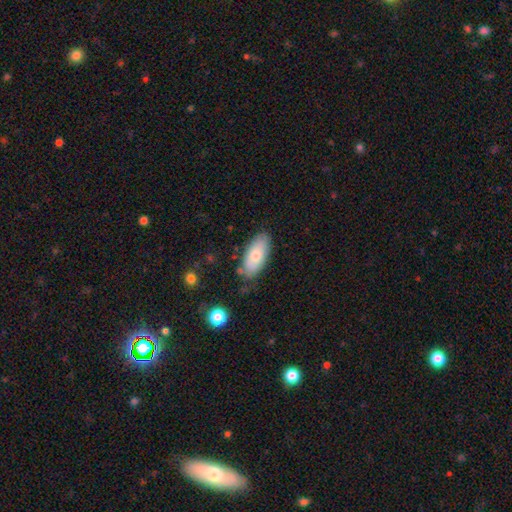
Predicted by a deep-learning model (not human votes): A smooth galaxy with no disk features (74%) that is in between round and cigar-shaped (88%).

Vote fractions:
- Smooth or featured? smooth: 74% / featured or disk: 20% / star or artifact: 7%
- How rounded? in between: 88% / cigar-shaped: 10% / round: 2%
- Merging? none: 76% / minor disturbance: 18% / major disturbance: 4% / merger: 3%